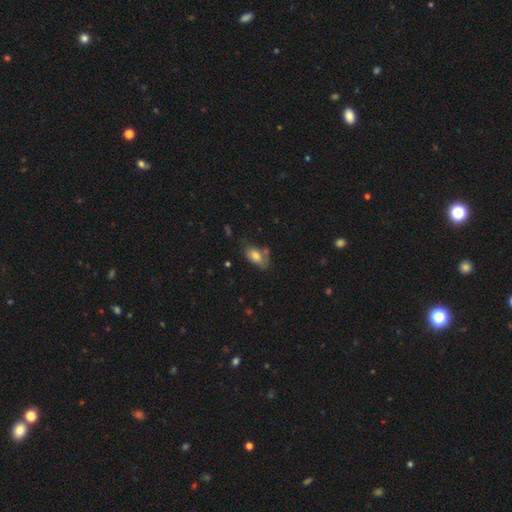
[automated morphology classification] smooth-or-featured: smooth: 73% | featured or disk: 19% | star or artifact: 8%
  how-rounded: in between: 91% | round: 5% | cigar-shaped: 4%
  merging: none: 51% | minor disturbance: 27% | merger: 12% | major disturbance: 11%